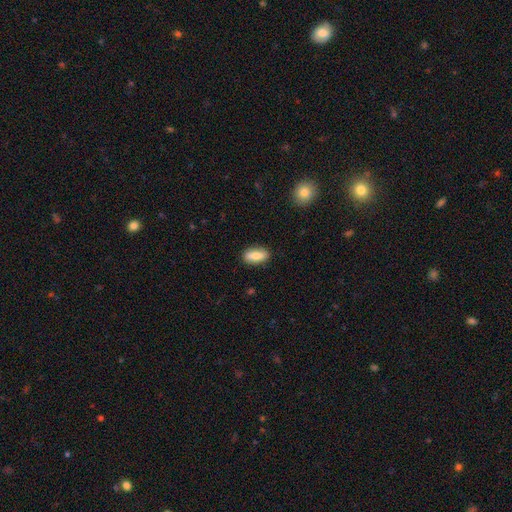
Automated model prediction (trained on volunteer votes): Smooth or featured? Predicted: smooth (p=0.77). How rounded? Predicted: in between (p=0.79). Merging? Predicted: none (p=0.85).